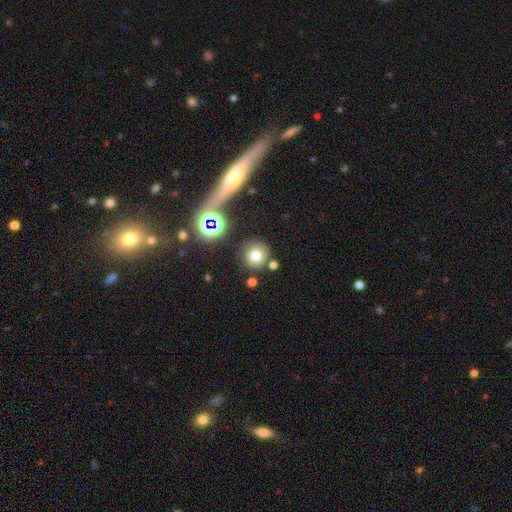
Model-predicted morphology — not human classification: Smooth or featured? Predicted: smooth (p=0.73). How rounded? Predicted: round (p=0.92). Merging? Predicted: none (p=0.80).